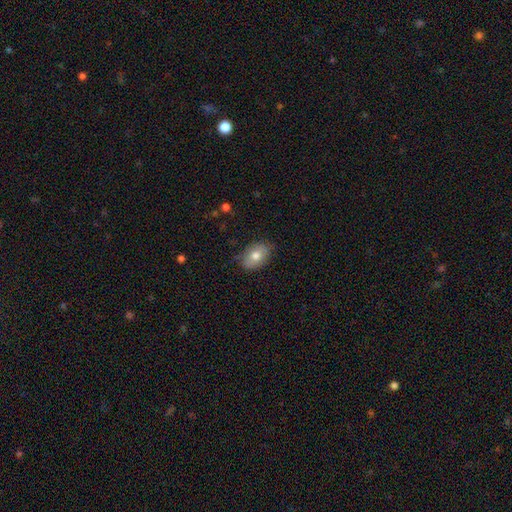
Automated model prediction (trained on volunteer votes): Smooth or featured? smooth (76%)
How rounded? in between (83%)
Merging? none (76%)